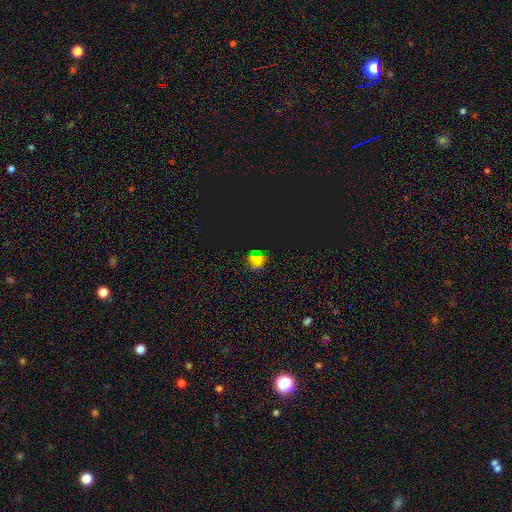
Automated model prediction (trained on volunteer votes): smooth_or_featured: star or artifact (p=0.55) [alt: smooth p=0.36]